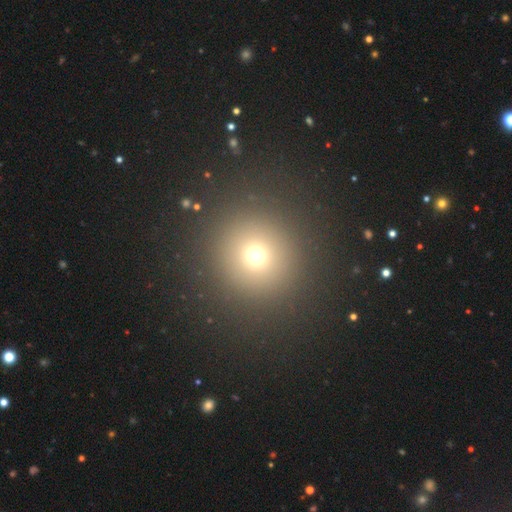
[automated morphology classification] Overall: smooth (67%). How rounded: round (95%). Merging: none (91%).